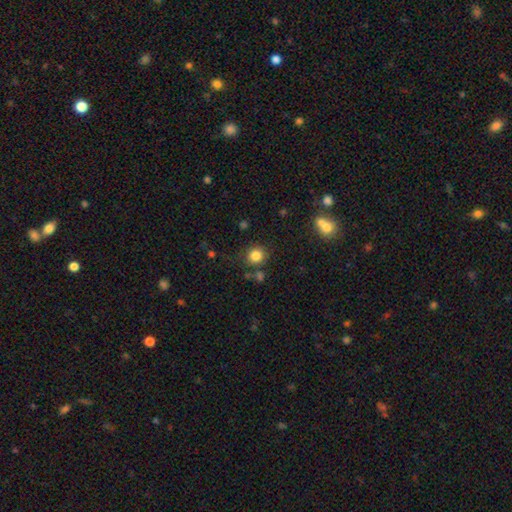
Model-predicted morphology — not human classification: Smooth or featured?
  - smooth: 83% *
  - star or artifact: 12%
  - featured or disk: 5%
How rounded?
  - round: 86% *
  - in between: 13%
  - cigar-shaped: 1%
Merging?
  - none: 79% *
  - minor disturbance: 11%
  - merger: 6%
  - major disturbance: 4%